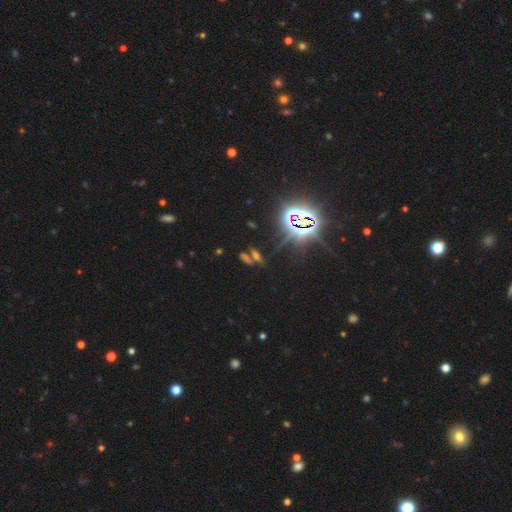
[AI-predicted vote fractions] Morphology: type=star or artifact (54%).